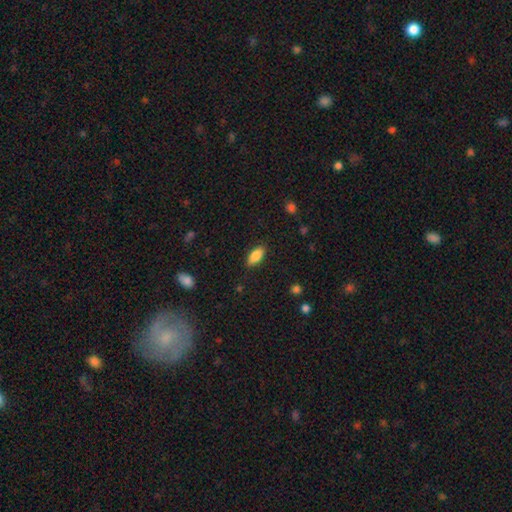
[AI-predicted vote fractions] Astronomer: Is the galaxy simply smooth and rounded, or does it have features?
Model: smooth — 85%.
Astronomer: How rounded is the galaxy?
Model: in between — 88%.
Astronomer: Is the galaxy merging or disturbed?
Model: none — 85%.